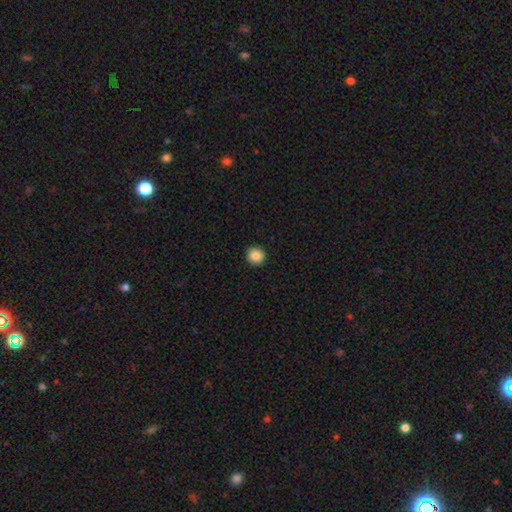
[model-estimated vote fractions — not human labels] This appears to be a smooth galaxy with no disk features (88%) that is round (93%). Merging: none (92%).